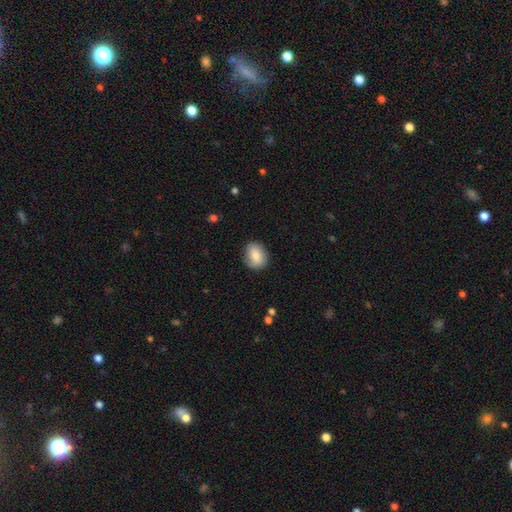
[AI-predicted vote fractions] Q: Smooth or featured?
A: smooth (77%); runner-up: featured or disk (16%)
Q: How rounded?
A: in between (52%); runner-up: round (47%)
Q: Merging?
A: none (82%); runner-up: minor disturbance (14%)